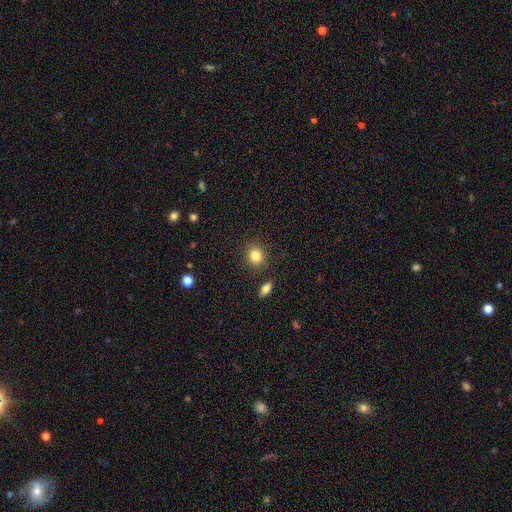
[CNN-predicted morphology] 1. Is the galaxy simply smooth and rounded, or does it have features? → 84% smooth, 10% star or artifact, 6% featured or disk.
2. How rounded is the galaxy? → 76% round, 23% in between, 1% cigar-shaped.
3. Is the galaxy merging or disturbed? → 87% none, 8% minor disturbance, 3% merger, 3% major disturbance.